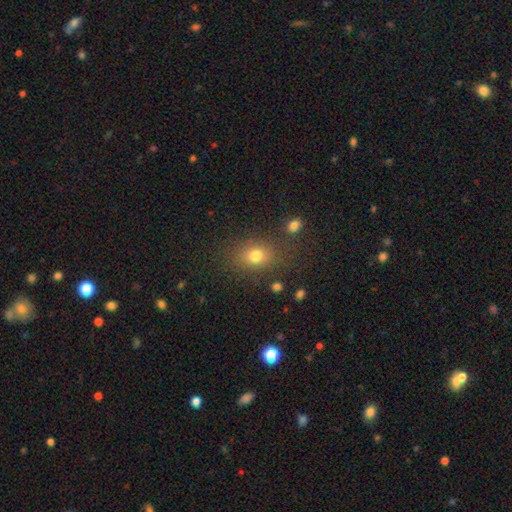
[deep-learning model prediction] smooth-or-featured: smooth: 76% | star or artifact: 15% | featured or disk: 9%
  how-rounded: in between: 57% | round: 42% | cigar-shaped: 2%
  merging: none: 77% | minor disturbance: 13% | major disturbance: 5% | merger: 5%